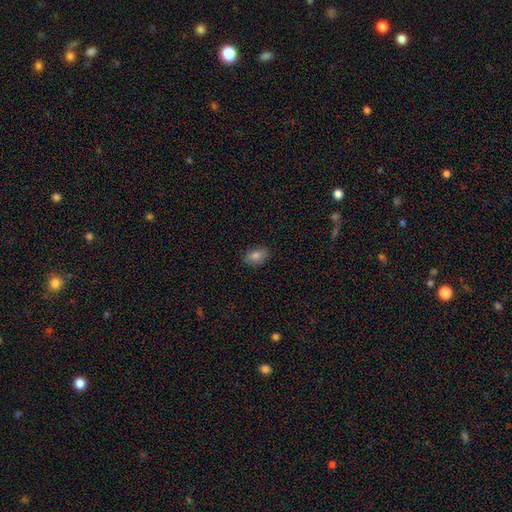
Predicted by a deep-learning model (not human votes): smooth_or_featured: smooth (p=0.79) [alt: star or artifact p=0.11]
how_rounded: in between (p=0.82) [alt: round p=0.15]
merging: none (p=0.84) [alt: minor disturbance p=0.13]